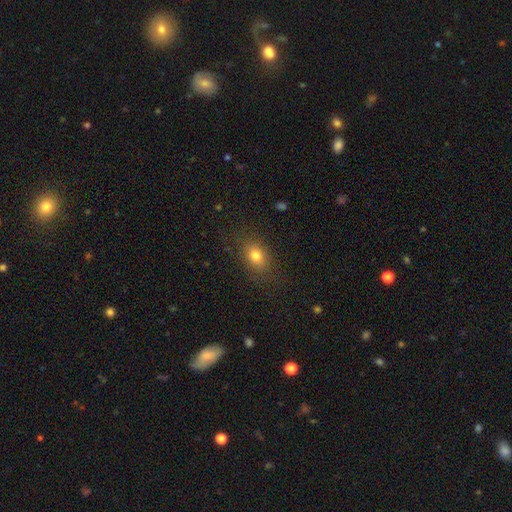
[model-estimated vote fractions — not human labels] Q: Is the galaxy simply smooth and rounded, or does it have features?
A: smooth — 78%.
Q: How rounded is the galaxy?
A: in between — 73%.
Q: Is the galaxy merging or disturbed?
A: none — 81%.